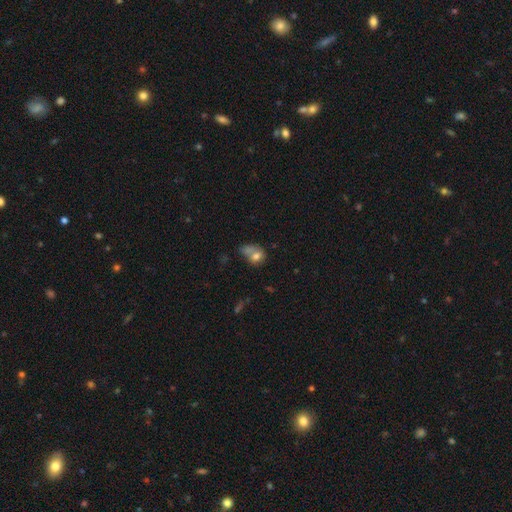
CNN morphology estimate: Smooth or featured: smooth — 72% (featured or disk — 17%)
How rounded: in between — 57% (round — 42%)
Merging: merger — 43% (none — 24%)